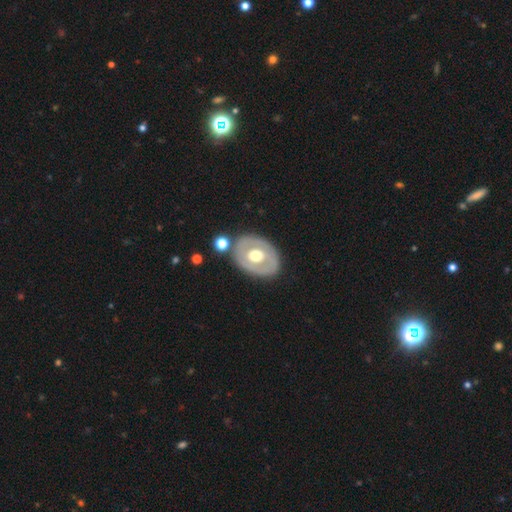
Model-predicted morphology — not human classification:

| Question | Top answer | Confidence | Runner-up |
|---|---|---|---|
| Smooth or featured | featured or disk | 60% | smooth (35%) |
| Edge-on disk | no | 93% | yes (7%) |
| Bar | no | 82% | weak (13%) |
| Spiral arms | no | 85% | yes (15%) |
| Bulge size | moderate | 66% | large (26%) |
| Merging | none | 77% | minor disturbance (13%) |